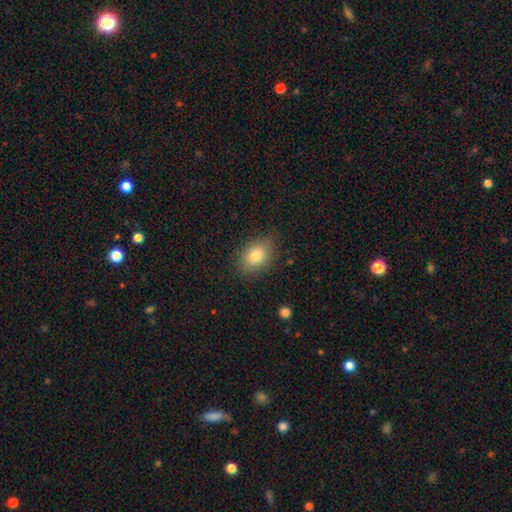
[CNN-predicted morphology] smooth_or_featured: smooth (p=0.81) [alt: featured or disk p=0.10]
how_rounded: in between (p=0.79) [alt: round p=0.19]
merging: none (p=0.83) [alt: minor disturbance p=0.13]